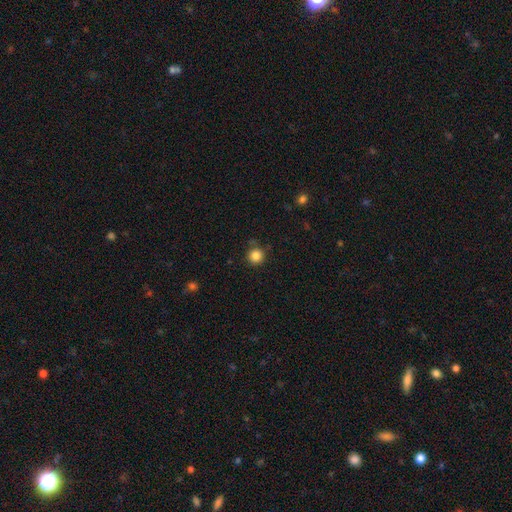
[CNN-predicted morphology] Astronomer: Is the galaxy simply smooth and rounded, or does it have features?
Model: smooth — 85%.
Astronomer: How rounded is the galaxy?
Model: round — 95%.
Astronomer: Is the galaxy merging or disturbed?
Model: none — 84%.